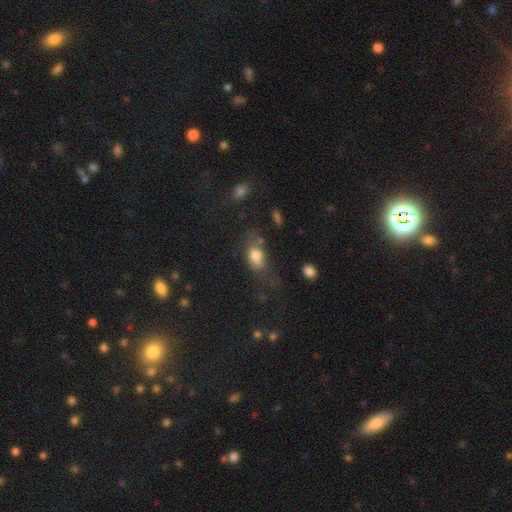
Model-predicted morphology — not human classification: Q: Smooth or featured?
A: smooth (73%); runner-up: featured or disk (16%)
Q: How rounded?
A: in between (75%); runner-up: round (18%)
Q: Merging?
A: none (39%); runner-up: minor disturbance (26%)